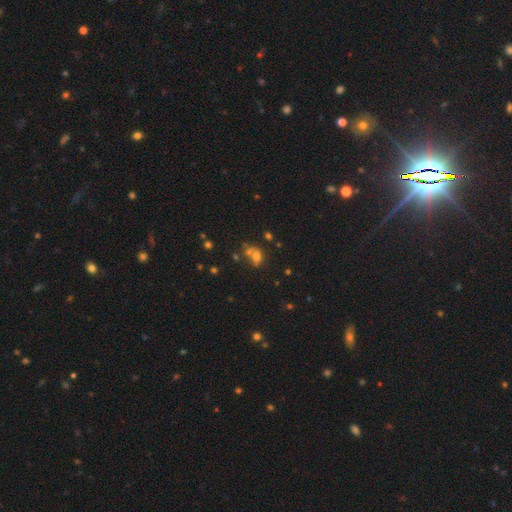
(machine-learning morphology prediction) Smooth or featured: smooth — 60% (star or artifact — 23%)
How rounded: in between — 59% (round — 39%)
Merging: merger — 43% (none — 36%)